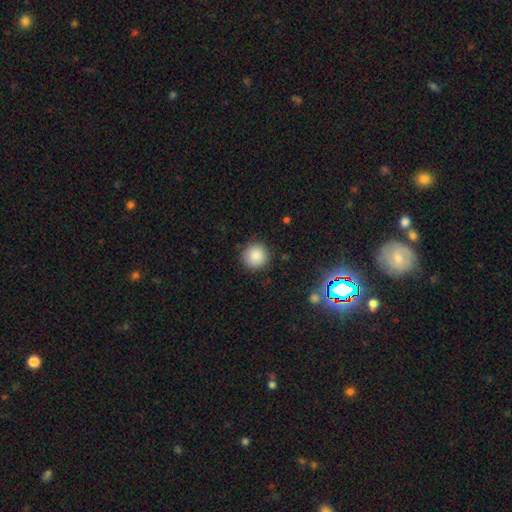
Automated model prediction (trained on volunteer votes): Smooth or featured? smooth (86%)
How rounded? round (95%)
Merging? none (90%)